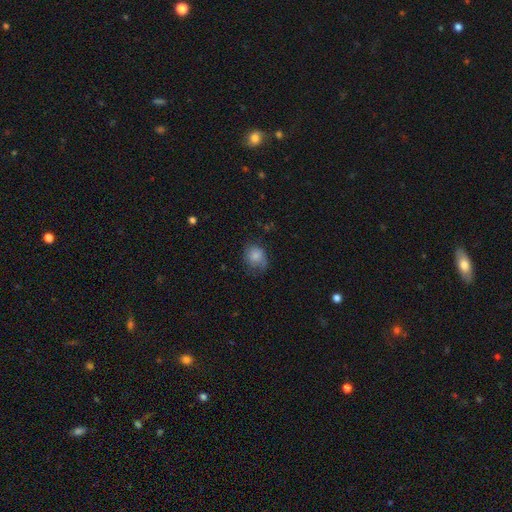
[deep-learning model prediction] smooth 79%, featured or disk 12%, star or artifact 9%. Down the decision tree: how rounded — round (66%); merging — none (55%).